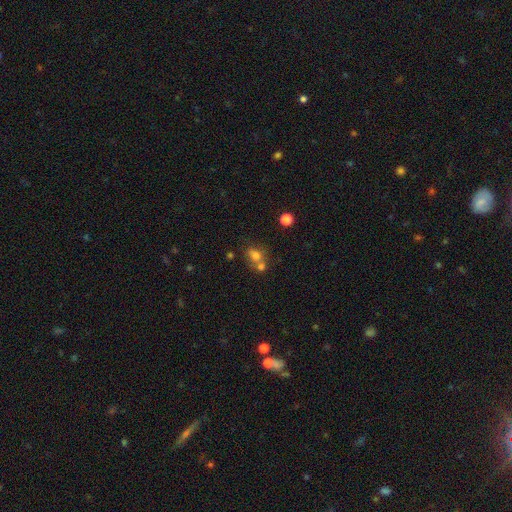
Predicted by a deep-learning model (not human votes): A smooth galaxy with no disk features (68%) that is round (61%).

Vote fractions:
- Smooth or featured? smooth: 68% / star or artifact: 16% / featured or disk: 15%
- How rounded? round: 61% / in between: 38% / cigar-shaped: 1%
- Merging? merger: 49% / none: 38% / minor disturbance: 9% / major disturbance: 4%